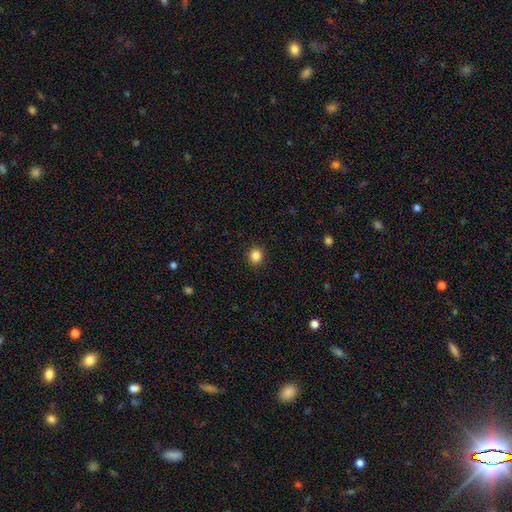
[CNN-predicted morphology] smooth 85%, star or artifact 11%, featured or disk 4%. Down the decision tree: how rounded — round (84%); merging — none (92%).